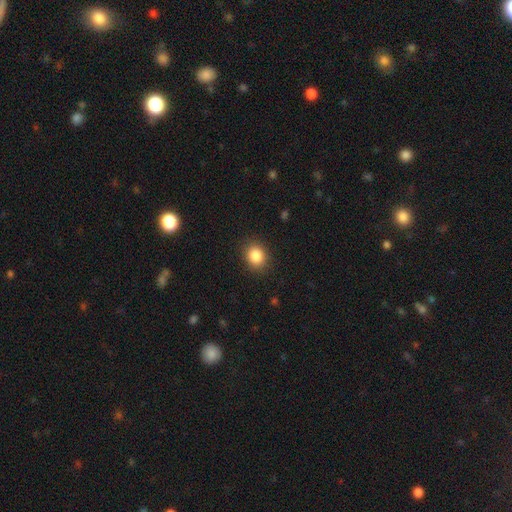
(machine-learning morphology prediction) Smooth or featured: smooth — 86% (star or artifact — 9%)
How rounded: round — 63% (in between — 36%)
Merging: none — 88% (minor disturbance — 9%)